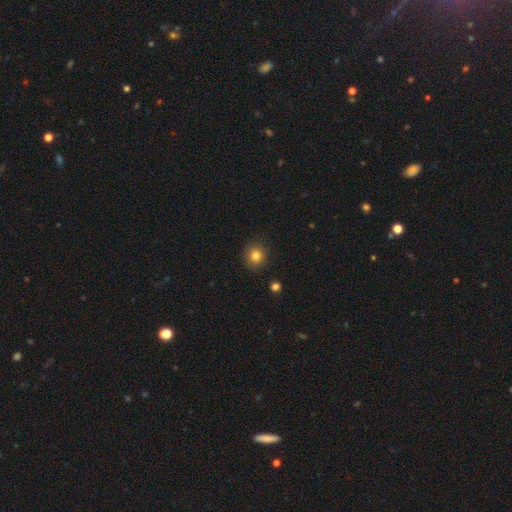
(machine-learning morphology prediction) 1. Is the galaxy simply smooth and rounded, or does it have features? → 81% smooth, 12% star or artifact, 7% featured or disk.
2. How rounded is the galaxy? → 88% round, 11% in between, 1% cigar-shaped.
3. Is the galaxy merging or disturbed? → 89% none, 7% minor disturbance, 2% major disturbance, 1% merger.